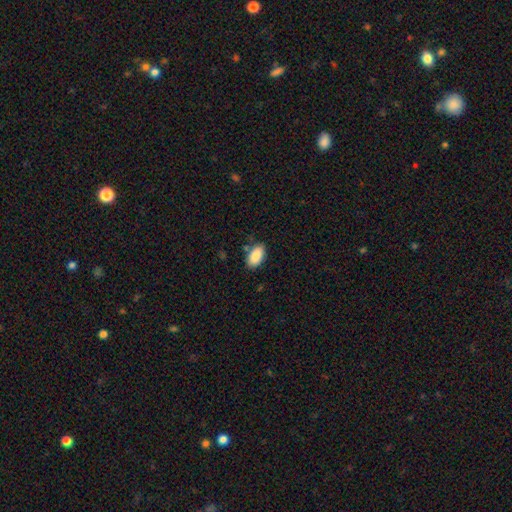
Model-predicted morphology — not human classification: A smooth galaxy with no disk features (89%) that is in between round and cigar-shaped (94%).

Vote fractions:
- Smooth or featured? smooth: 89% / star or artifact: 7% / featured or disk: 5%
- How rounded? in between: 94% / round: 4% / cigar-shaped: 2%
- Merging? none: 81% / minor disturbance: 14% / major disturbance: 3% / merger: 3%